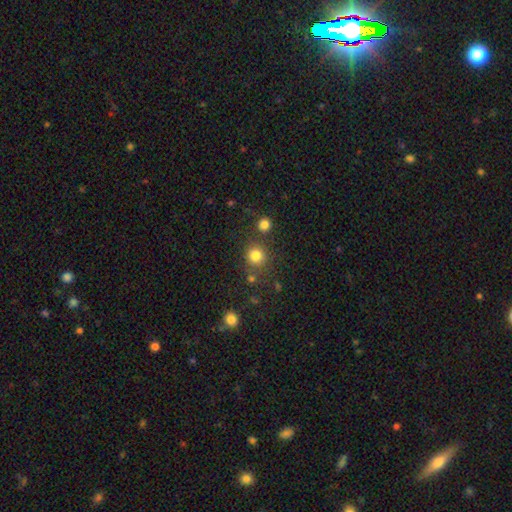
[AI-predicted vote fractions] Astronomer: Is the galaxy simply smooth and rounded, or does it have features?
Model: smooth — 81%.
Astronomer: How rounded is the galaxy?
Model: round — 91%.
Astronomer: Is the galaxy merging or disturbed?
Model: none — 75%.